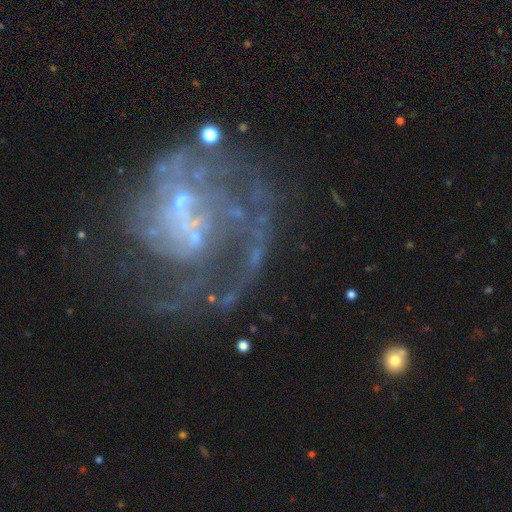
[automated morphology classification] smooth-or-featured: featured or disk: 77% | star or artifact: 14% | smooth: 9%
  disk-edge-on: no: 98% | yes: 2%
    bar: no: 60% | weak: 28% | strong: 12%
    has-spiral-arms: yes: 75% | no: 25%
      spiral-winding: medium: 36% | tight: 33% | loose: 31%
      spiral-arm-count: can't tell: 32% | 2: 25% | 3: 14% | 1: 11% | 4: 9% | more than 4: 8%
    bulge-size: small: 52% | none: 29% | moderate: 14% | large: 3% | dominant: 2%
  merging: none: 47% | major disturbance: 30% | minor disturbance: 16% | merger: 7%